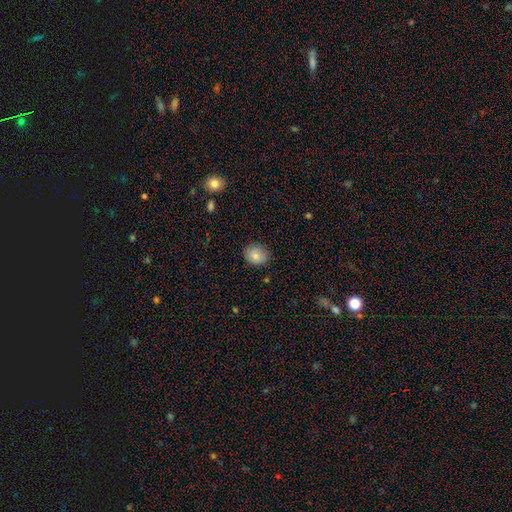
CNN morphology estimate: Smooth or featured?
  - smooth: 83% *
  - featured or disk: 8%
  - star or artifact: 8%
How rounded?
  - round: 65% *
  - in between: 34%
  - cigar-shaped: 1%
Merging?
  - none: 82% *
  - minor disturbance: 14%
  - major disturbance: 3%
  - merger: 1%